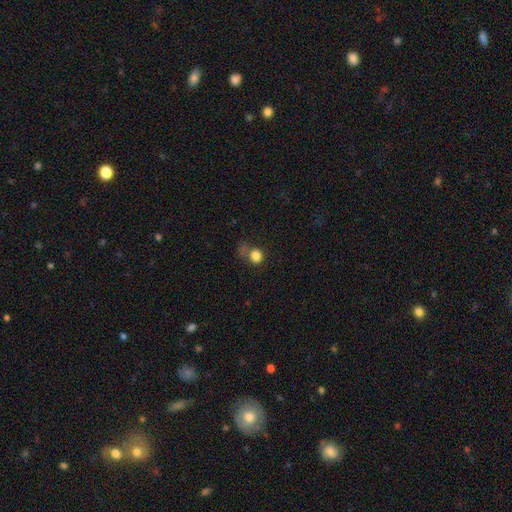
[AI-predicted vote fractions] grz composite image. It shows a smooth galaxy with no disk features (83%) that is round (74%). Merging: none (51%).